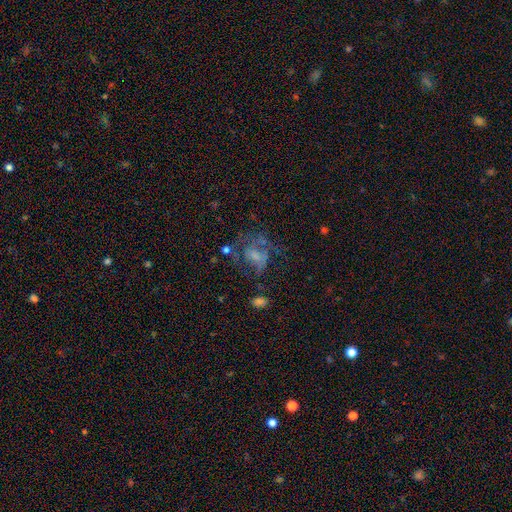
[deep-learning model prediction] featured or disk 53%, smooth 32%, star or artifact 15%. Down the decision tree: edge-on disk — no (97%); bar — no (67%); spiral arms — no (53%); bulge size — moderate (32%); merging — major disturbance (39%).